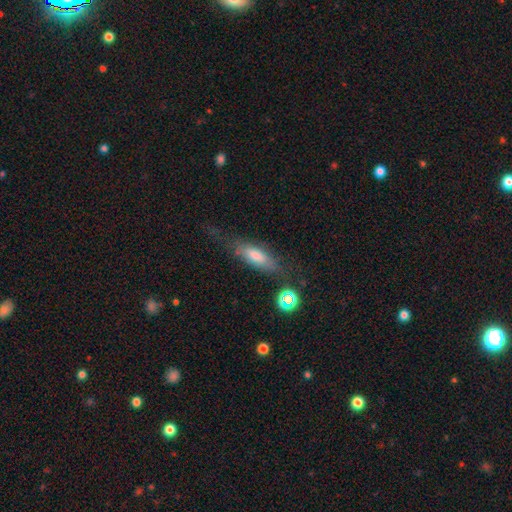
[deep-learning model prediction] This is likely a smooth galaxy (60%). How rounded: possibly in between (49%). Merging: possibly none (56%).